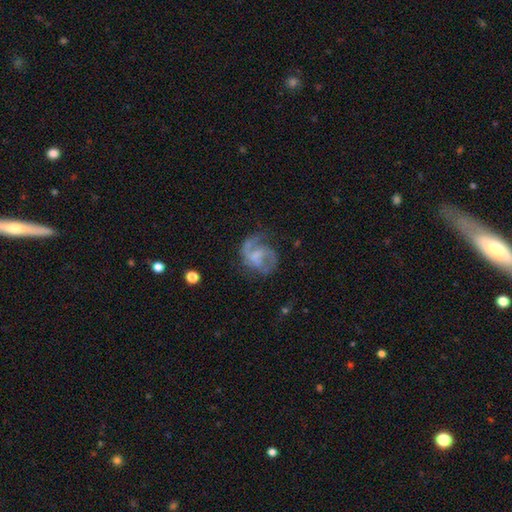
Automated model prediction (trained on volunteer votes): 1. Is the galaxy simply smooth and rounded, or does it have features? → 74% featured or disk, 18% smooth, 8% star or artifact.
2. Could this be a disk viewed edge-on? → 98% no, 2% yes.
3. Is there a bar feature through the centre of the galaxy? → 45% no, 44% weak, 11% strong.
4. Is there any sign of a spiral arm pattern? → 88% yes, 12% no.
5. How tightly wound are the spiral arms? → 49% medium, 30% loose, 22% tight.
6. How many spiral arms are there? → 66% 2, 12% 1, 12% can't tell, 6% 3, 2% 4, 2% more than 4.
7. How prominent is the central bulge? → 49% none, 24% small, 20% moderate, 6% large, 1% dominant.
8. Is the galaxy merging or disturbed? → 53% none, 22% major disturbance, 22% minor disturbance, 3% merger.